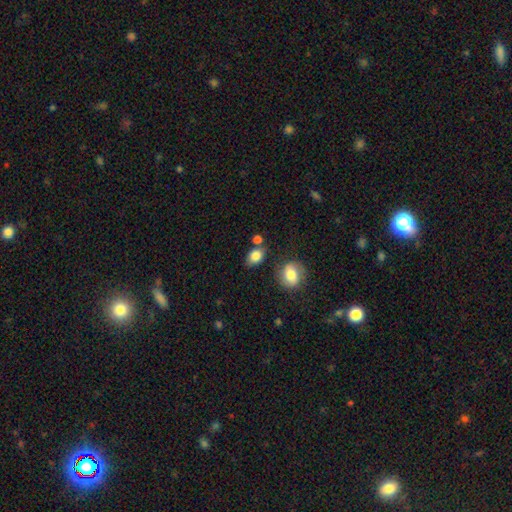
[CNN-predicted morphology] This is clearly a smooth galaxy (83%). How rounded: likely in between (70%). Merging: likely none (68%).